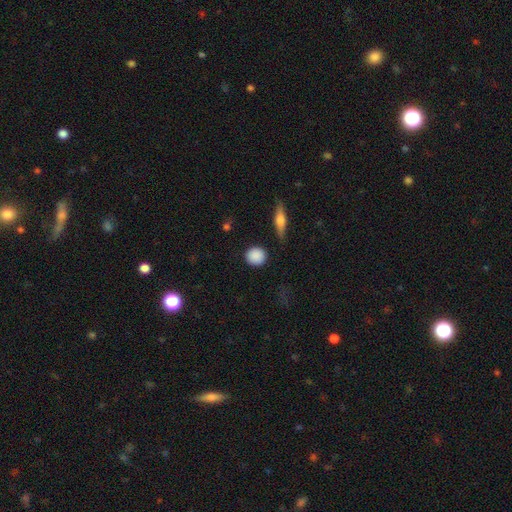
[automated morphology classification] Smooth or featured? Predicted: smooth (p=0.88). How rounded? Predicted: round (p=0.88). Merging? Predicted: none (p=0.89).